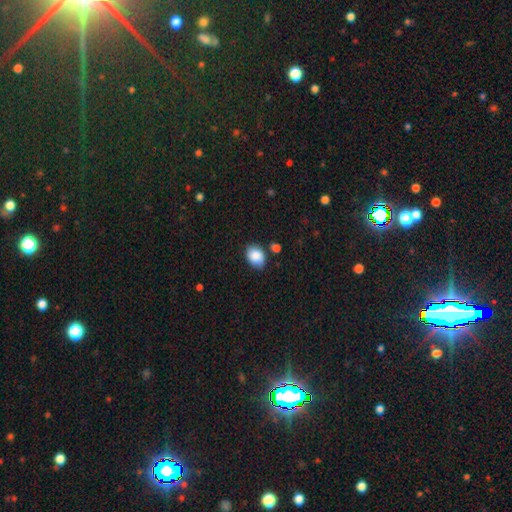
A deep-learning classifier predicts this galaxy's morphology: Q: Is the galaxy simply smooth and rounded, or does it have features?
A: smooth — 86%.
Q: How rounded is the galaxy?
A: in between — 68%.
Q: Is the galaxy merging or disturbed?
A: none — 68%.